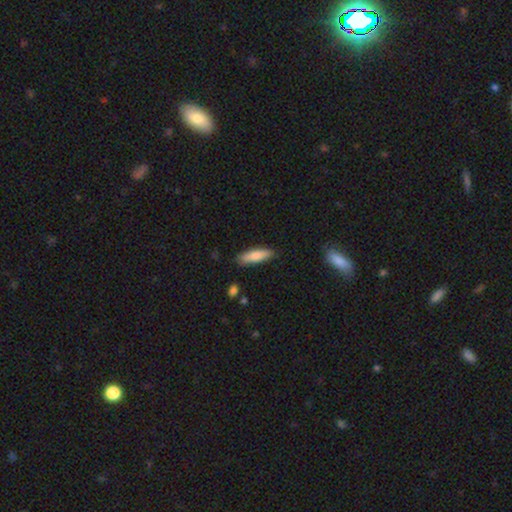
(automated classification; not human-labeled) Smooth or featured? Predicted: smooth (p=0.82). How rounded? Predicted: cigar-shaped (p=0.61). Merging? Predicted: none (p=0.85).